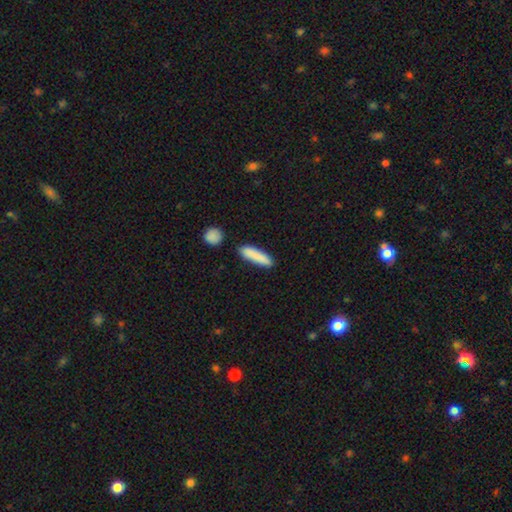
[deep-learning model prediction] smooth 86%, featured or disk 8%, star or artifact 6%. Down the decision tree: how rounded — cigar-shaped (81%); merging — none (84%).